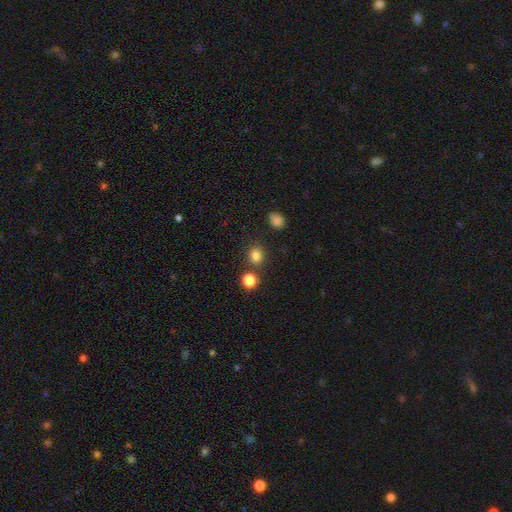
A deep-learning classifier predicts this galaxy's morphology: This is clearly a smooth galaxy (81%). How rounded: likely round (72%). Merging: likely none (80%).